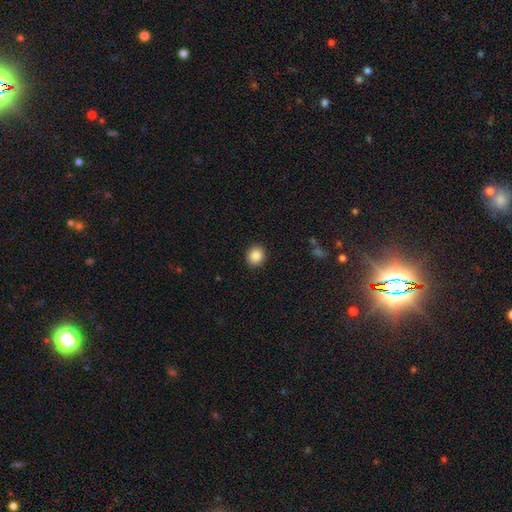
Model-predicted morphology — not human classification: This appears to be a smooth galaxy with no disk features (88%) that is round (84%). Merging: none (91%).